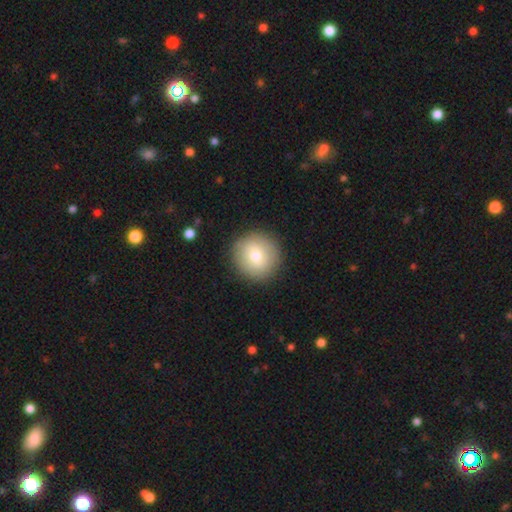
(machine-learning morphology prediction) Smooth or featured? Predicted: smooth (p=0.77). How rounded? Predicted: round (p=0.94). Merging? Predicted: none (p=0.90).